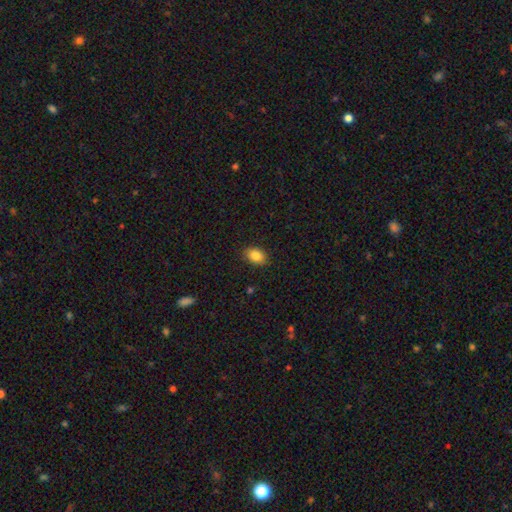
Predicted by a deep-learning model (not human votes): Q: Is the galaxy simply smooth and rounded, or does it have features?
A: smooth — 87%.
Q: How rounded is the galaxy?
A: in between — 80%.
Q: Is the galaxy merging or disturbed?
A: none — 87%.